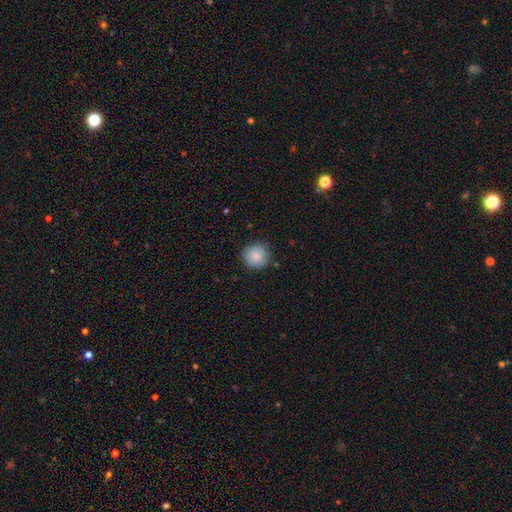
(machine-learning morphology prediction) This is clearly a smooth galaxy (86%). How rounded: clearly round (93%). Merging: clearly none (86%).